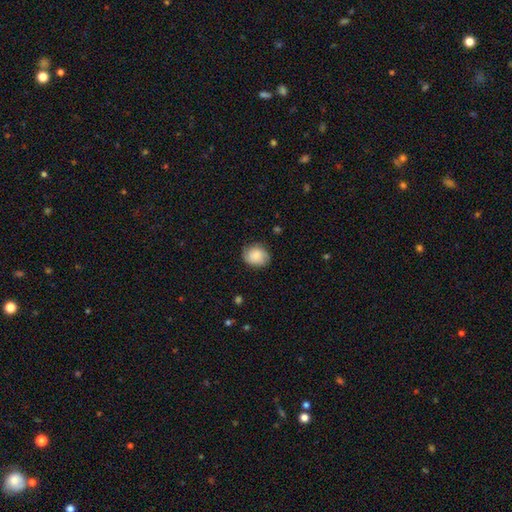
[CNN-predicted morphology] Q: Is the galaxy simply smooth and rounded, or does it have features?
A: smooth — 79%.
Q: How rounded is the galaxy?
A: round — 60%.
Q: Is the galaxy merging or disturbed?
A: none — 77%.